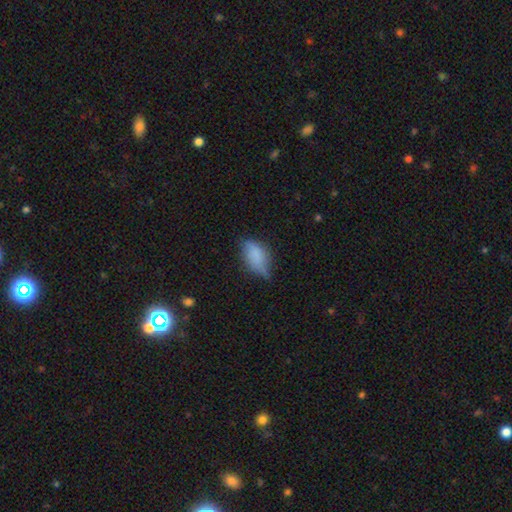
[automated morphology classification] Smooth or featured: smooth — 74% (featured or disk — 17%)
How rounded: in between — 89% (round — 6%)
Merging: minor disturbance — 43% (none — 42%)